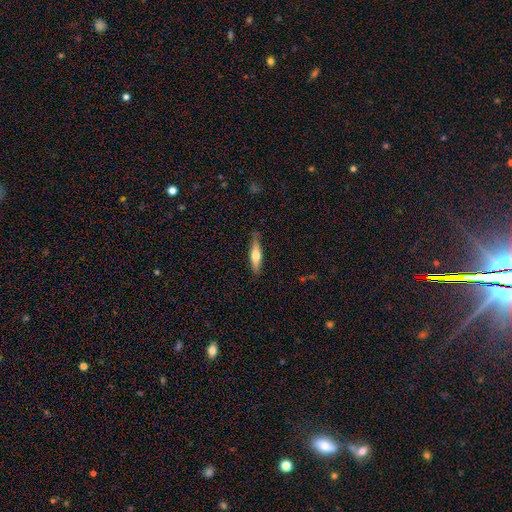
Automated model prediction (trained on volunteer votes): This is possibly a smooth galaxy (55%). How rounded: likely cigar-shaped (75%). Merging: clearly none (81%).